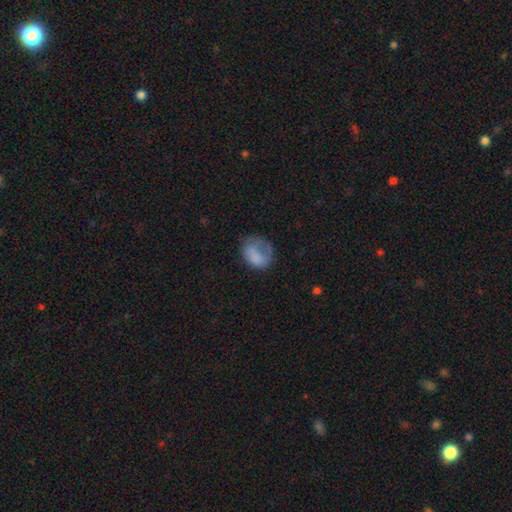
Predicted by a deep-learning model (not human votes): This appears to be a smooth galaxy with no disk features (70%) that is in between round and cigar-shaped (55%). Merging: major disturbance (37%).